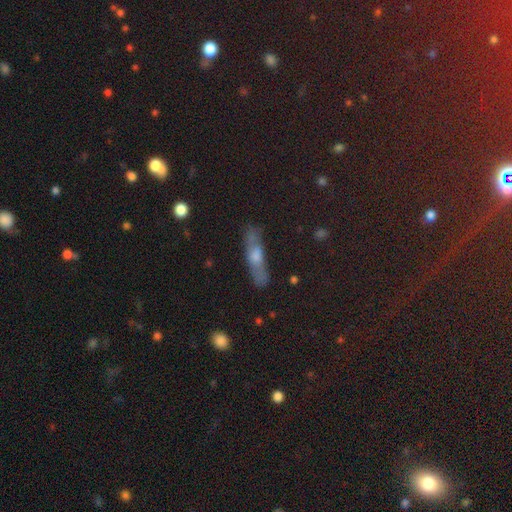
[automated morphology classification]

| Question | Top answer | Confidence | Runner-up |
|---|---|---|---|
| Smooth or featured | featured or disk | 38% | smooth (35%) |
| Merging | none | 81% | minor disturbance (13%) |